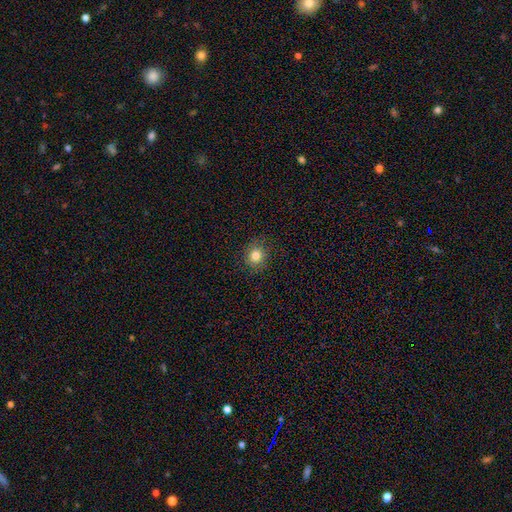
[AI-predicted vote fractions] This appears to be a smooth galaxy with no disk features (82%) that is round (80%). Merging: none (87%).